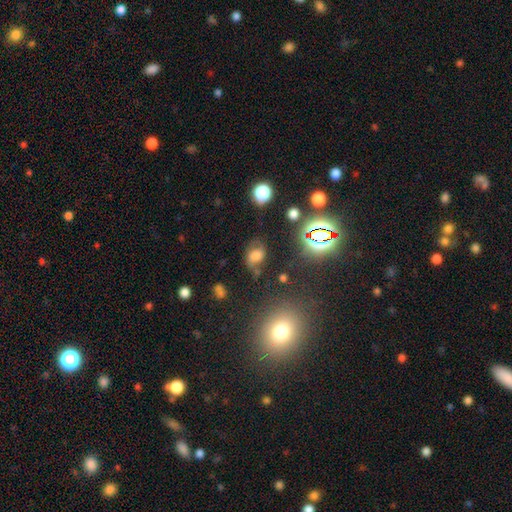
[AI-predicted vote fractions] A smooth galaxy with no disk features (54%) that is in between round and cigar-shaped (70%). Merging: none (53%).